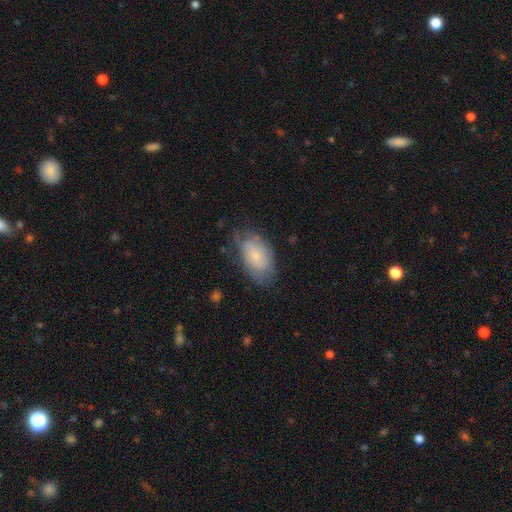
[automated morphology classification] Q: Smooth or featured?
A: smooth (63%); runner-up: featured or disk (30%)
Q: How rounded?
A: in between (92%); runner-up: round (6%)
Q: Merging?
A: none (56%); runner-up: minor disturbance (30%)